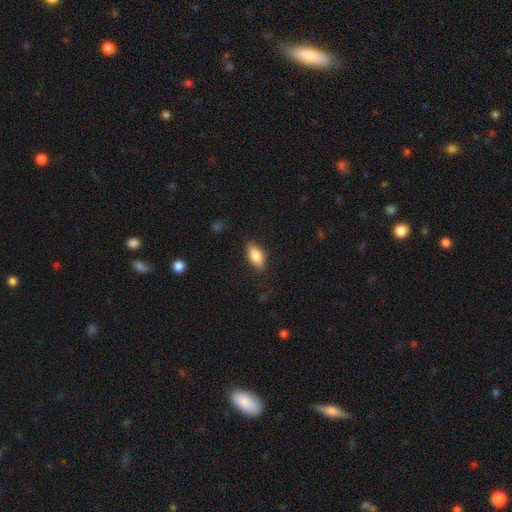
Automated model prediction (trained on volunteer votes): smooth 82%, featured or disk 11%, star or artifact 7%. Down the decision tree: how rounded — in between (85%); merging — none (85%).